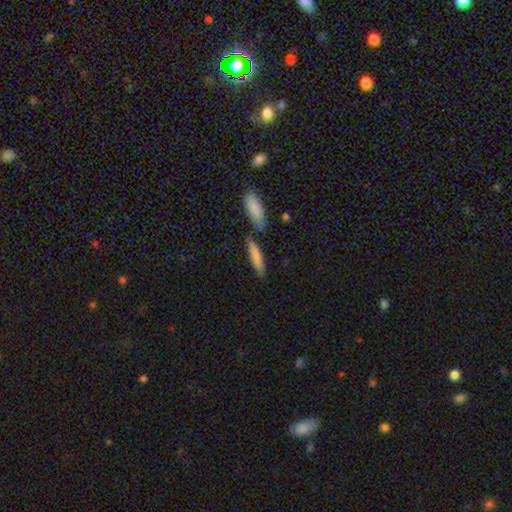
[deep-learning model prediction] Smooth or featured? smooth (78%)
How rounded? cigar-shaped (83%)
Merging? none (72%)